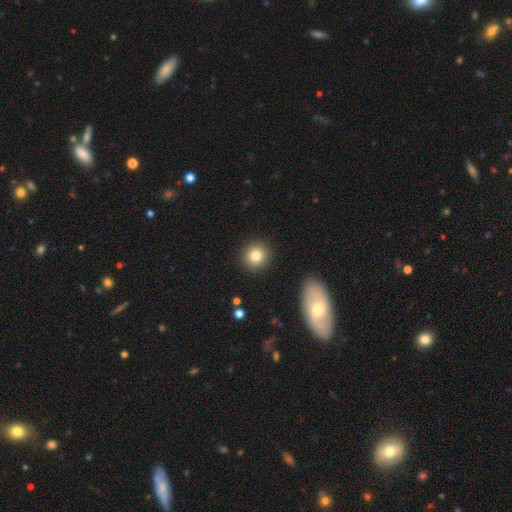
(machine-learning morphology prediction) This appears to be a smooth galaxy with no disk features (83%) that is round (90%). Merging: none (90%).